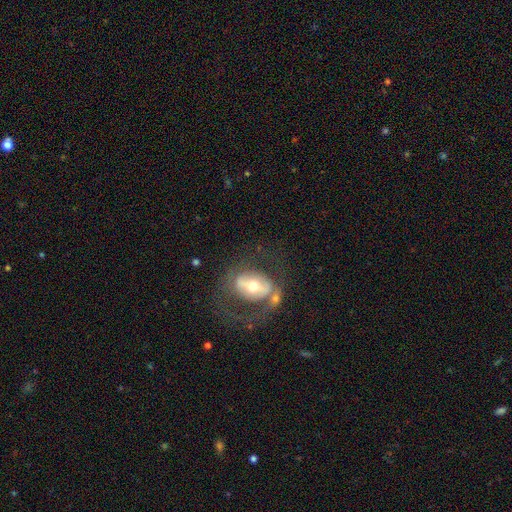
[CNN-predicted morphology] Smooth or featured: featured or disk — 66% (smooth — 24%)
Edge-on disk: no — 91% (yes — 9%)
Bar: no — 45% (weak — 28%)
Spiral arms: yes — 51% (no — 49%)
Bulge size: moderate — 59% (small — 27%)
Merging: none — 57% (major disturbance — 20%)